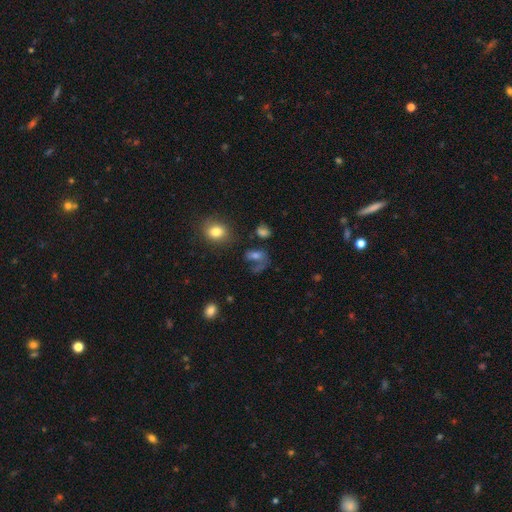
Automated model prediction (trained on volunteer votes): smooth 53%, featured or disk 28%, star or artifact 19%. Down the decision tree: how rounded — in between (67%); merging — none (40%).